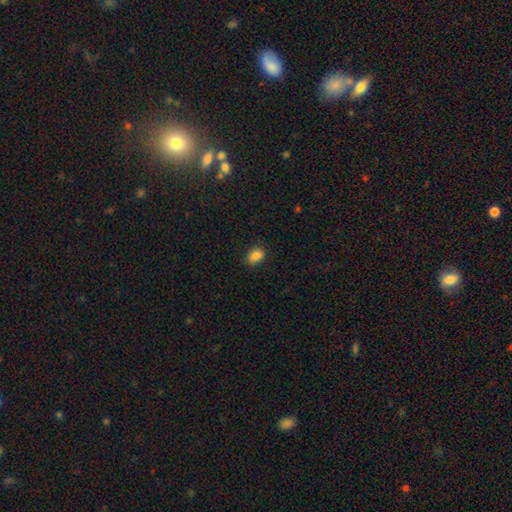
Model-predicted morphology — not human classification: A smooth galaxy with no disk features (85%) that is in between round and cigar-shaped (74%). Merging: none (77%).